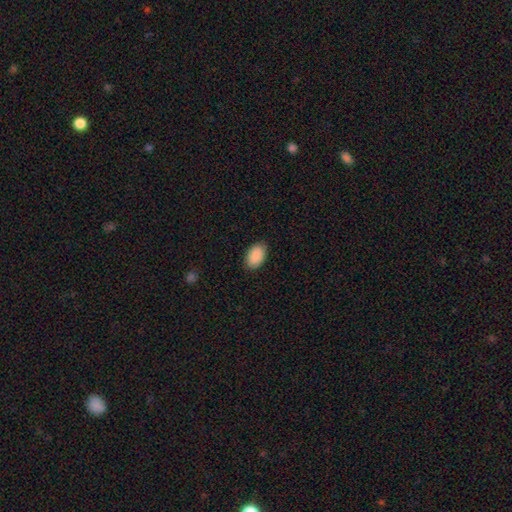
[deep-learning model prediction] Smooth or featured?
  - smooth: 90% *
  - star or artifact: 6%
  - featured or disk: 3%
How rounded?
  - in between: 92% *
  - round: 6%
  - cigar-shaped: 1%
Merging?
  - none: 87% *
  - minor disturbance: 10%
  - major disturbance: 2%
  - merger: 1%